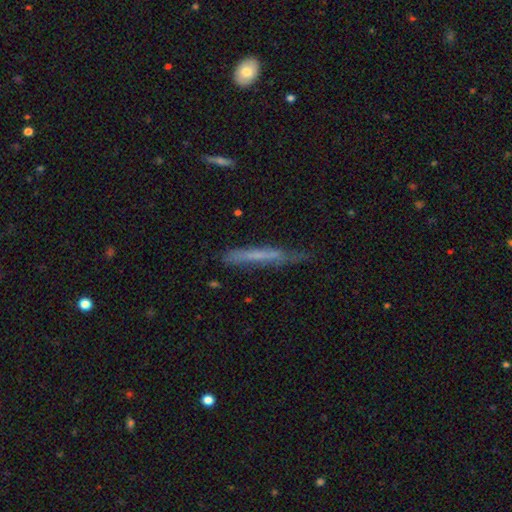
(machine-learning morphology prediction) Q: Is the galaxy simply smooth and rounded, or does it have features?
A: smooth — 53%.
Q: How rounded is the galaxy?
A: cigar-shaped — 95%.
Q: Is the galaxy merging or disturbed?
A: none — 60%.